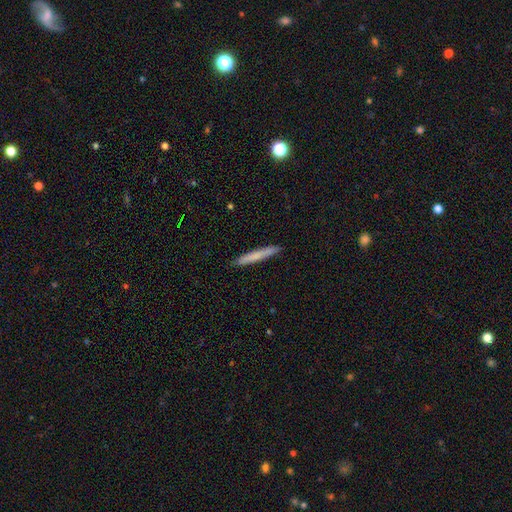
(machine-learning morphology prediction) type=smooth (73%); roundness=cigar-shaped (96%); merging=none (91%).